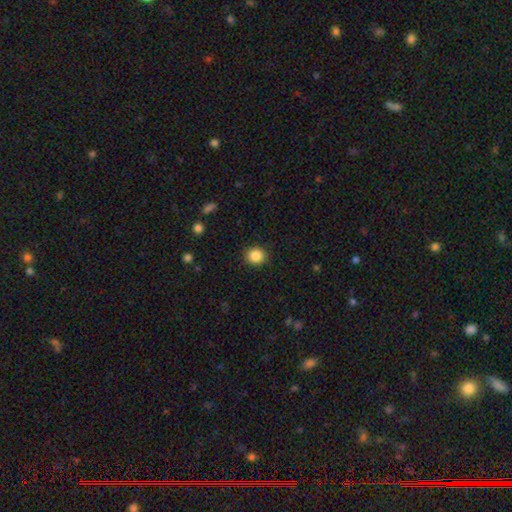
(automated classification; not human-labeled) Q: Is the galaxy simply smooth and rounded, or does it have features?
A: smooth — 86%.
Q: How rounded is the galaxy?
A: round — 84%.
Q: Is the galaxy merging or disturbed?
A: none — 90%.